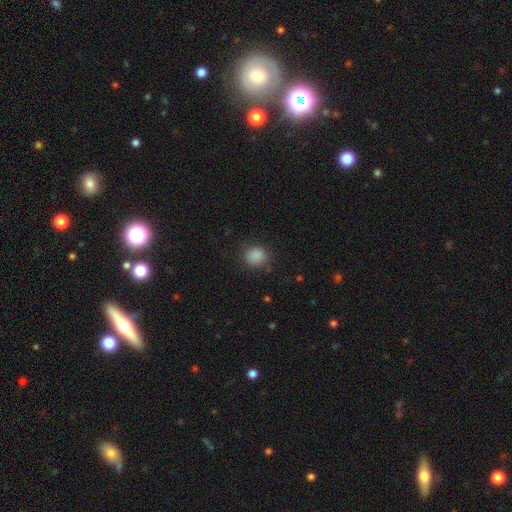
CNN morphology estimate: The model was most divided on "how rounded": round: 75%, in between: 24%, cigar-shaped: 1%. More confident: smooth or featured — smooth (86%); merging — none (82%).